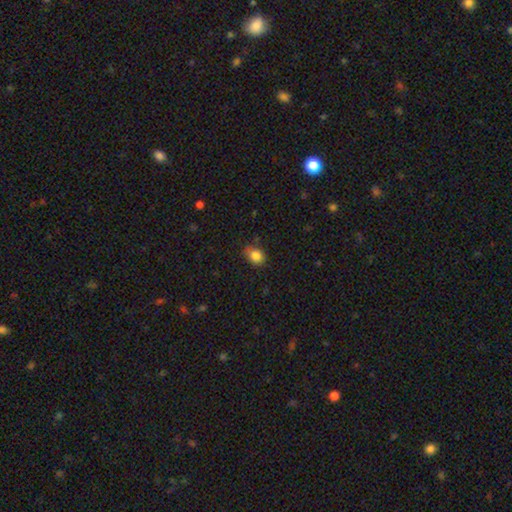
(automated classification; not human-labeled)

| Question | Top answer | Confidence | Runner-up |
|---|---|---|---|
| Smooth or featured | smooth | 85% | star or artifact (9%) |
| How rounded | in between | 59% | round (40%) |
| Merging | none | 75% | minor disturbance (20%) |